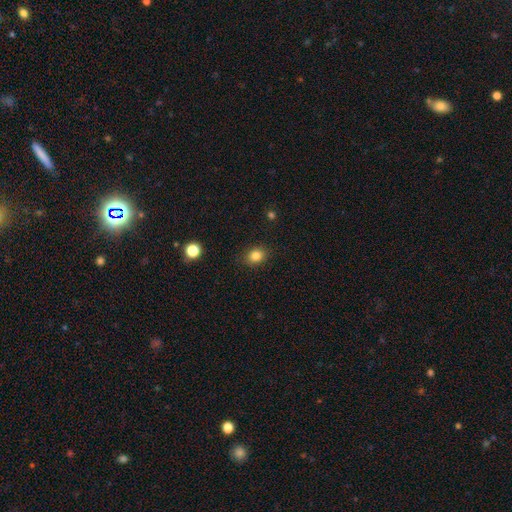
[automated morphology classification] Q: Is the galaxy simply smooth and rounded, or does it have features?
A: smooth — 84%.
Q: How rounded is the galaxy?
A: round — 50%.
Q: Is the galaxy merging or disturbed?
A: none — 86%.